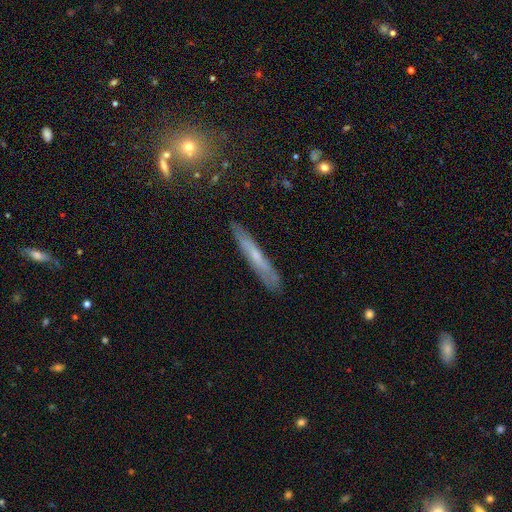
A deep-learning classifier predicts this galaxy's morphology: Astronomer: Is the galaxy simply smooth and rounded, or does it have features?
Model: featured or disk — 49% (runner-up: smooth, 43%).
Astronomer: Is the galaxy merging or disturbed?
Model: none — 83%.